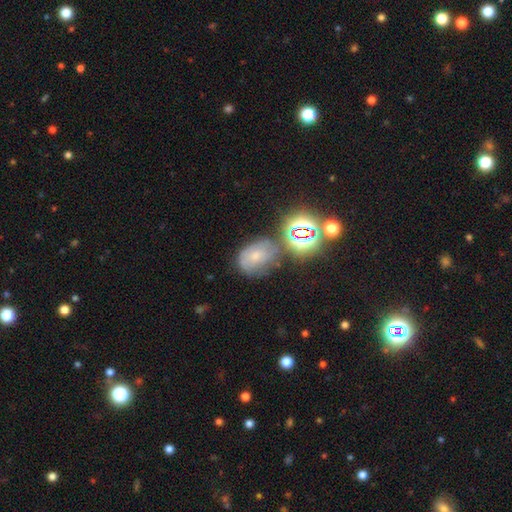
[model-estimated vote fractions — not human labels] A smooth galaxy with no disk features (44%). Merging: none (55%).